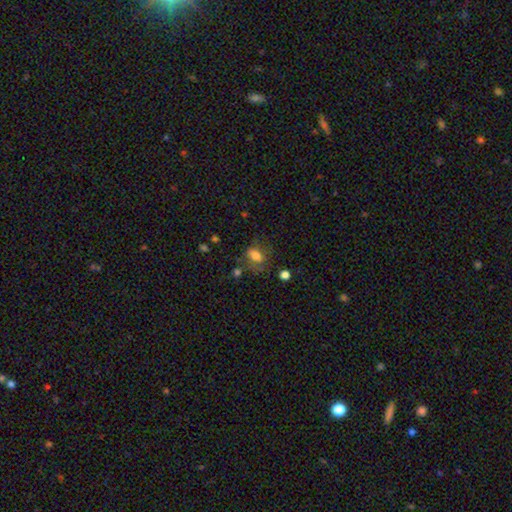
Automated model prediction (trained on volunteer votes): Smooth or featured: smooth — 70% (featured or disk — 19%)
How rounded: in between — 69% (round — 29%)
Merging: none — 54% (minor disturbance — 24%)